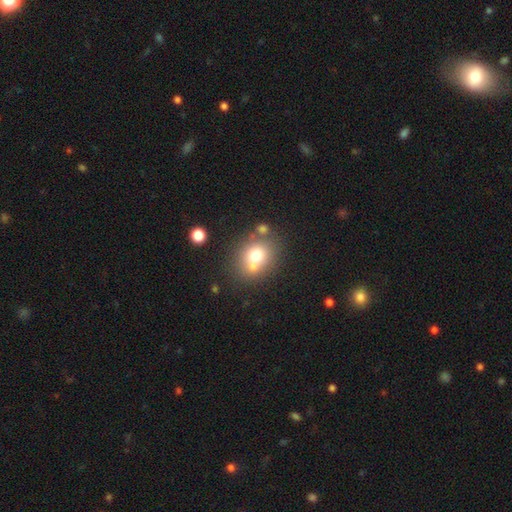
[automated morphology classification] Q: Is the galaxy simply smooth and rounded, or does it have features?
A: smooth — 70%.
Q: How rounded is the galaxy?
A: round — 62%.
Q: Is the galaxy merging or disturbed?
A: none — 57%.